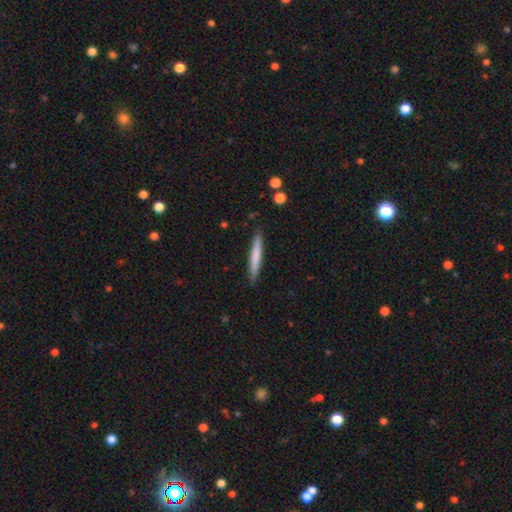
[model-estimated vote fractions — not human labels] A smooth galaxy with no disk features (71%) that is cigar-shaped (96%).

Vote fractions:
- Smooth or featured? smooth: 71% / featured or disk: 23% / star or artifact: 5%
- How rounded? cigar-shaped: 96% / in between: 3% / round: 1%
- Merging? none: 89% / minor disturbance: 8% / major disturbance: 1% / merger: 1%